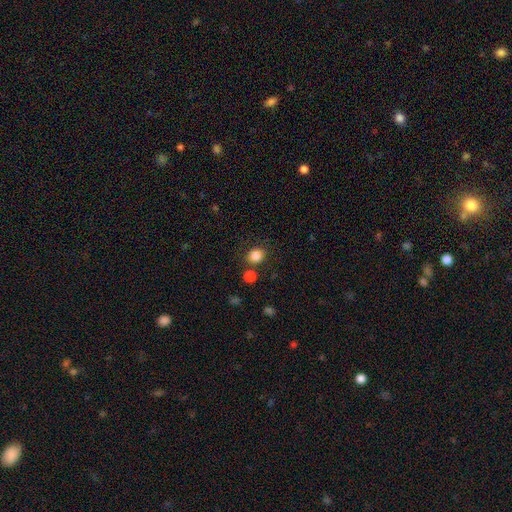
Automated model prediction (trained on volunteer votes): Smooth or featured?
  - smooth: 85% *
  - star or artifact: 11%
  - featured or disk: 4%
How rounded?
  - round: 73% *
  - in between: 26%
  - cigar-shaped: 1%
Merging?
  - none: 79% *
  - minor disturbance: 9%
  - merger: 8%
  - major disturbance: 3%